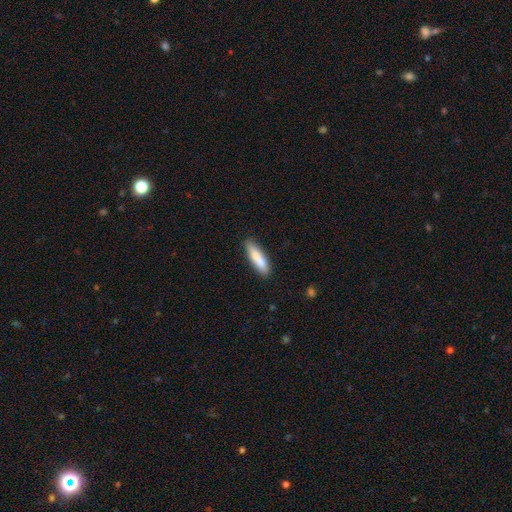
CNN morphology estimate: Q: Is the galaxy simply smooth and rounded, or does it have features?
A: smooth — 84%.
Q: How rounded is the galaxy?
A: cigar-shaped — 70%.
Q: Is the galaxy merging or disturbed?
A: none — 85%.